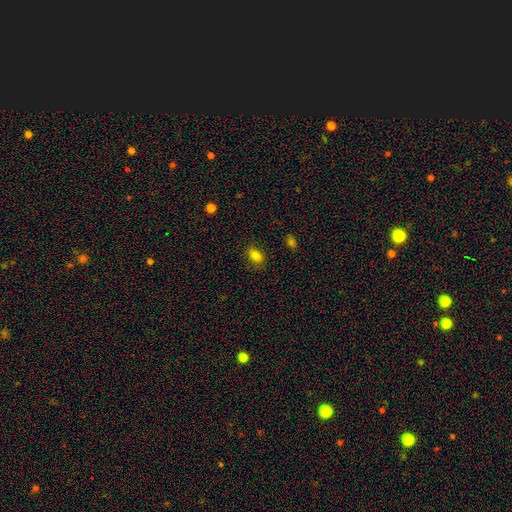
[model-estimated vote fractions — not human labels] Smooth or featured?
  - smooth: 82% *
  - star or artifact: 12%
  - featured or disk: 6%
How rounded?
  - in between: 78% *
  - round: 20%
  - cigar-shaped: 2%
Merging?
  - none: 83% *
  - minor disturbance: 12%
  - major disturbance: 3%
  - merger: 1%